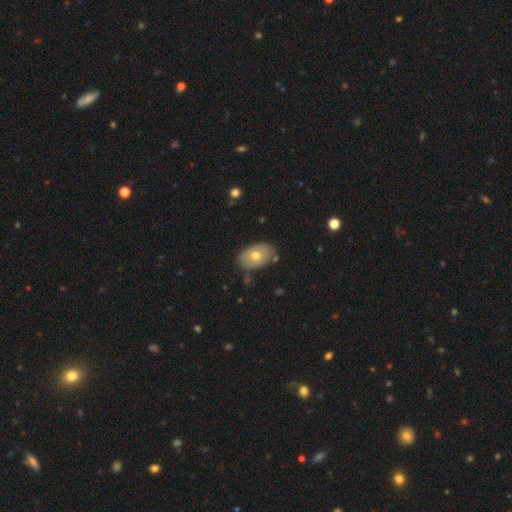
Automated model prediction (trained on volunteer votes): Smooth or featured? Predicted: smooth (p=0.62). How rounded? Predicted: in between (p=0.85). Merging? Predicted: none (p=0.73).